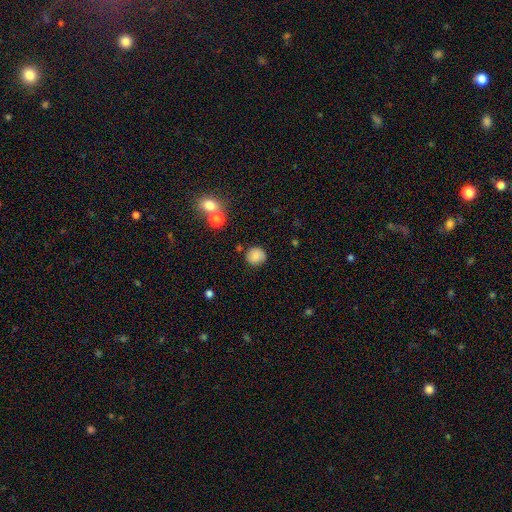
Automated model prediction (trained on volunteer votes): This appears to be a smooth galaxy with no disk features (83%) that is round (87%). Merging: none (82%).